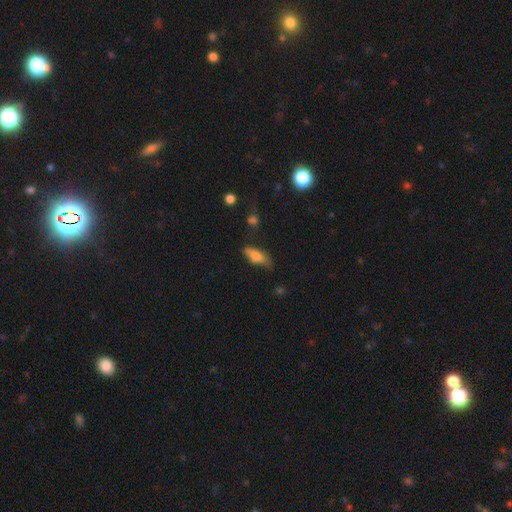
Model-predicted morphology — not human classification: The model was most divided on "merging": none: 58%, minor disturbance: 30%, major disturbance: 9%, merger: 3%. More confident: smooth or featured — smooth (73%); how rounded — in between (65%).